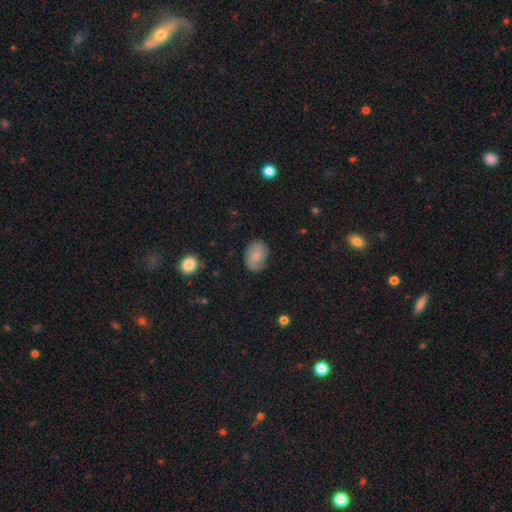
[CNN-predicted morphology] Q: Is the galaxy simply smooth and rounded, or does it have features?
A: smooth — 71%.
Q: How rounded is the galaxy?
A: in between — 74%.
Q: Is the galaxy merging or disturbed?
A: none — 68%.